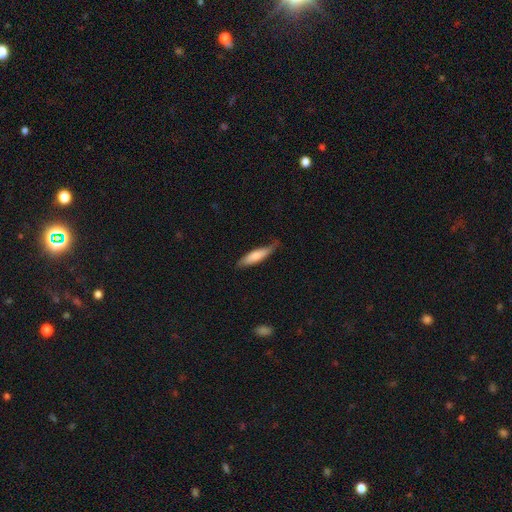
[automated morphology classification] Smooth or featured? smooth (73%)
How rounded? cigar-shaped (73%)
Merging? none (64%)